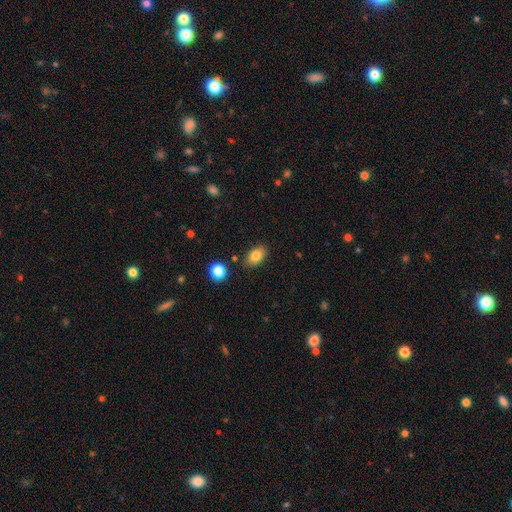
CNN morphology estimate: Smooth or featured: smooth — 81% (featured or disk — 10%)
How rounded: in between — 87% (round — 12%)
Merging: none — 84% (minor disturbance — 11%)